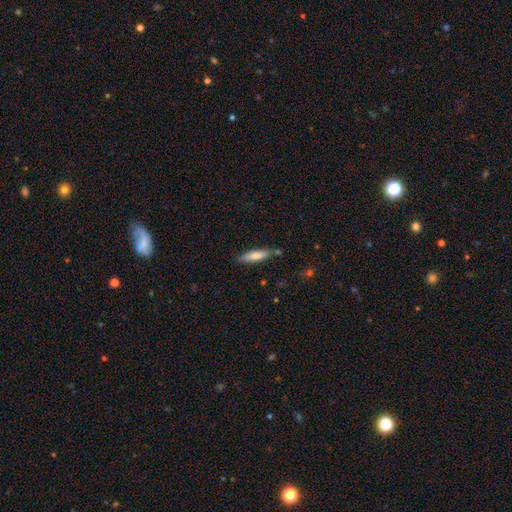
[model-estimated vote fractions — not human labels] Smooth or featured?
  - smooth: 77% *
  - featured or disk: 17%
  - star or artifact: 6%
How rounded?
  - cigar-shaped: 69% *
  - in between: 30%
  - round: 1%
Merging?
  - none: 76% *
  - minor disturbance: 15%
  - merger: 6%
  - major disturbance: 3%